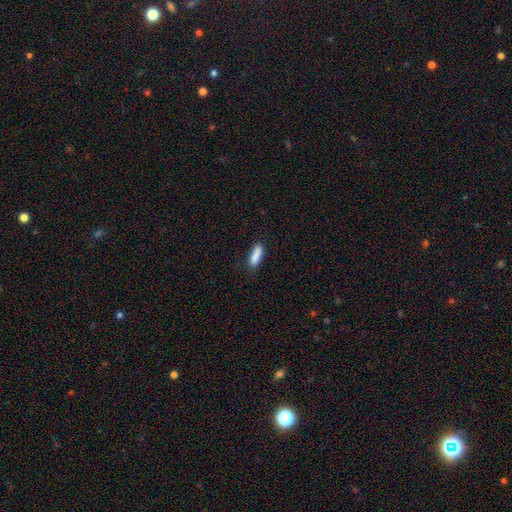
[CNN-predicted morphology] The model was most divided on "how rounded": cigar-shaped: 56%, in between: 42%, round: 2%. More confident: smooth or featured — smooth (87%); merging — none (79%).